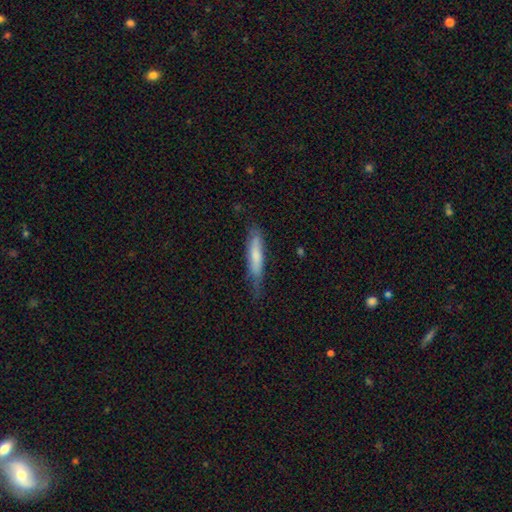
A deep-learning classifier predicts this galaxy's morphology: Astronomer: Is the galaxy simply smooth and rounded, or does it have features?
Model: smooth — 68%.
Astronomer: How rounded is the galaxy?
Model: cigar-shaped — 83%.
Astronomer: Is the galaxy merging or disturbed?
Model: none — 61%.